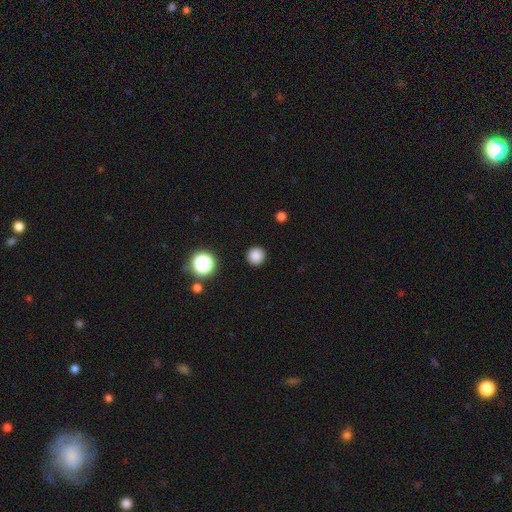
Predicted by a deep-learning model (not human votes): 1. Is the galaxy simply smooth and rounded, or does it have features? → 84% smooth, 13% star or artifact, 3% featured or disk.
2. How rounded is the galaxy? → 95% round, 4% in between, 1% cigar-shaped.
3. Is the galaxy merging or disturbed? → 92% none, 5% minor disturbance, 2% major disturbance, 1% merger.